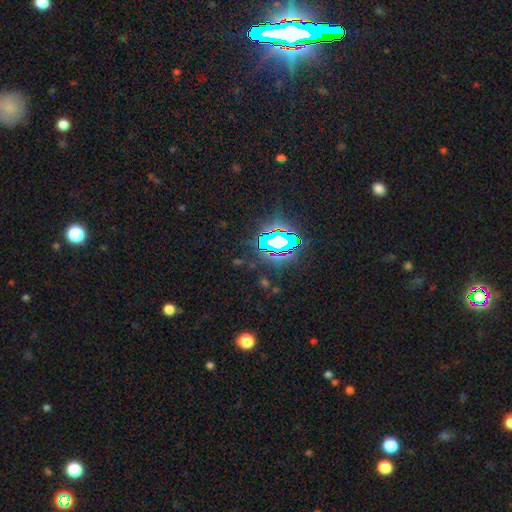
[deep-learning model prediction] The model was most divided on "smooth or featured": star or artifact: 83%, smooth: 10%, featured or disk: 8%.